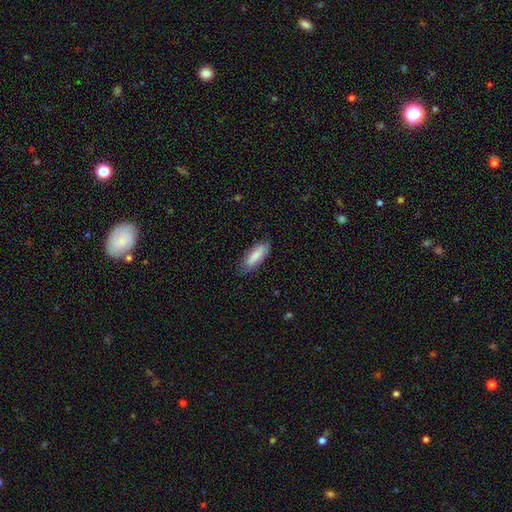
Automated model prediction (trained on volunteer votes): Smooth or featured? Predicted: smooth (p=0.83). How rounded? Predicted: in between (p=0.65). Merging? Predicted: none (p=0.76).